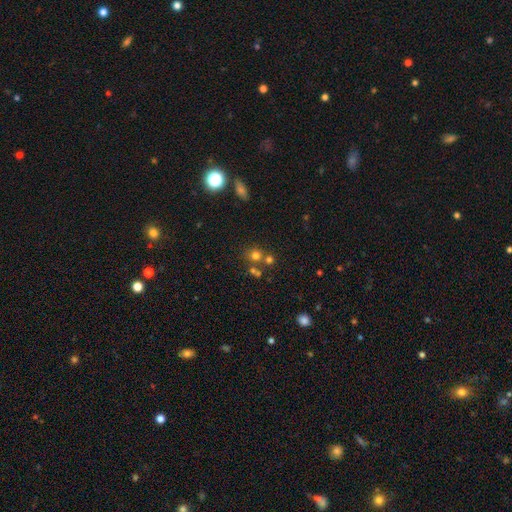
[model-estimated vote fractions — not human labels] Smooth or featured?
  - smooth: 68% *
  - star or artifact: 21%
  - featured or disk: 11%
How rounded?
  - round: 85% *
  - in between: 14%
  - cigar-shaped: 1%
Merging?
  - none: 60% *
  - merger: 28%
  - minor disturbance: 8%
  - major disturbance: 4%